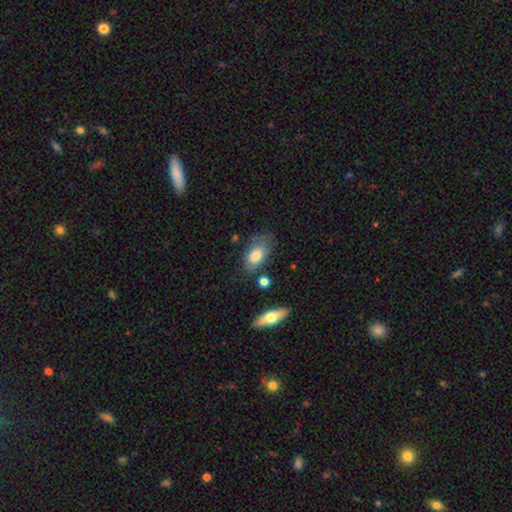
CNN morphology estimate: This appears to be a smooth galaxy with no disk features (75%) that is in between round and cigar-shaped (90%). Merging: none (56%).